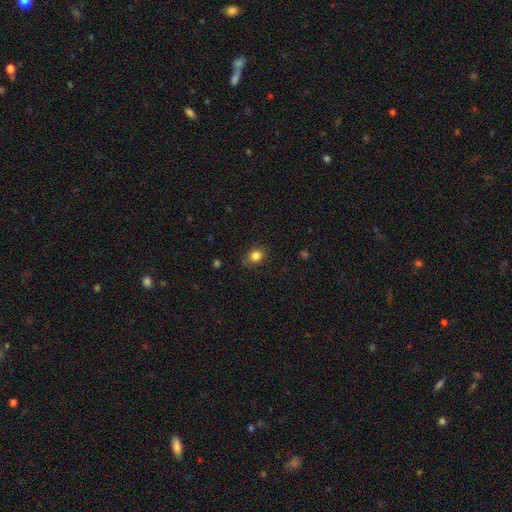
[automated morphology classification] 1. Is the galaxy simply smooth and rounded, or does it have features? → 83% smooth, 11% star or artifact, 6% featured or disk.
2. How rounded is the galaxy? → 68% round, 31% in between, 1% cigar-shaped.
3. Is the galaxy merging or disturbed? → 83% none, 12% minor disturbance, 3% major disturbance, 1% merger.